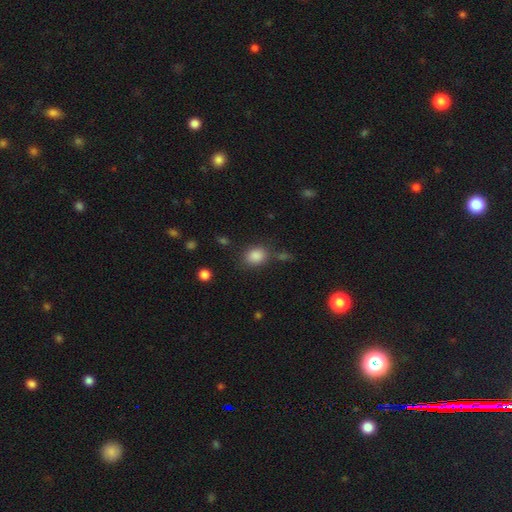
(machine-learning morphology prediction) Smooth or featured: smooth — 85% (star or artifact — 10%)
How rounded: in between — 53% (round — 46%)
Merging: none — 71% (minor disturbance — 15%)